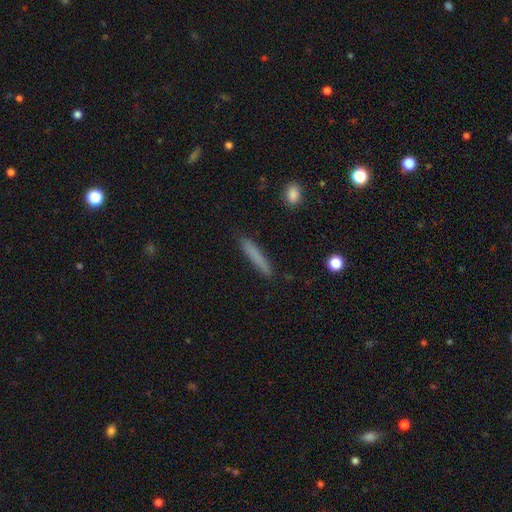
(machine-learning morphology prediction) The model was most divided on "smooth or featured": smooth: 78%, featured or disk: 14%, star or artifact: 8%. More confident: how rounded — cigar-shaped (94%); merging — none (88%).